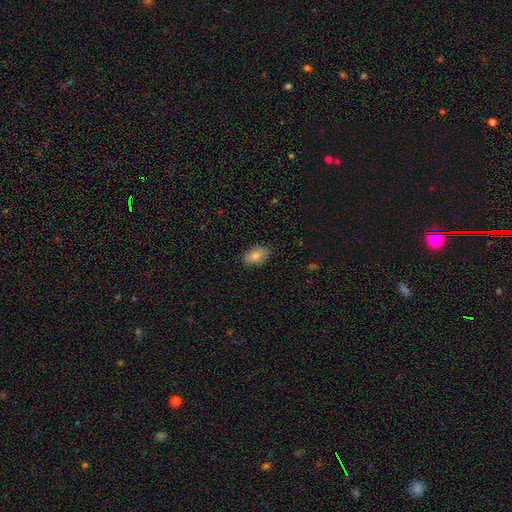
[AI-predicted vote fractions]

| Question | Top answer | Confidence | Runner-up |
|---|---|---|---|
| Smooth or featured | smooth | 82% | featured or disk (11%) |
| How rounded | in between | 90% | round (8%) |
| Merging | none | 84% | minor disturbance (13%) |